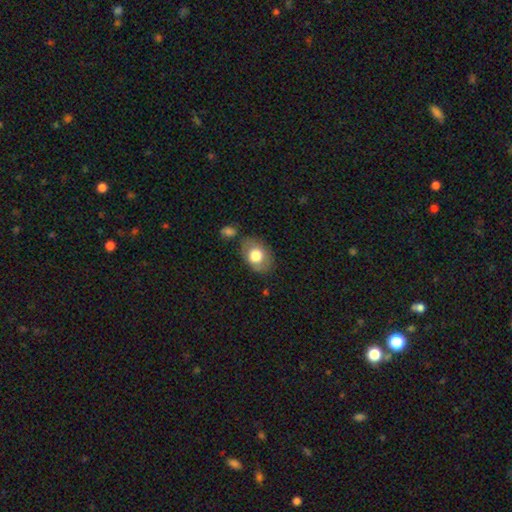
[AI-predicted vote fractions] This is likely a smooth galaxy (72%). How rounded: likely in between (74%). Merging: likely none (73%).